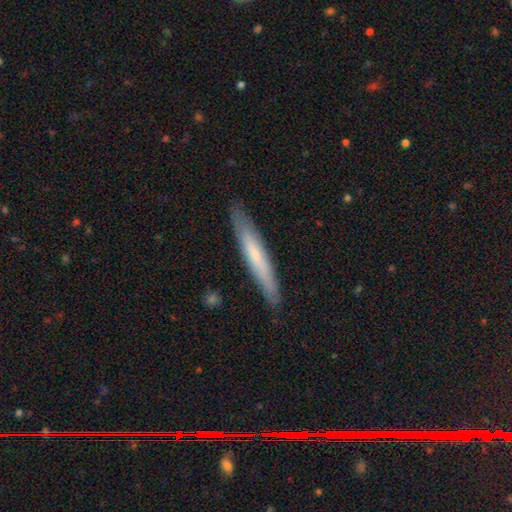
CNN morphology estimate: A smooth galaxy with no disk features (57%) that is cigar-shaped (94%). Merging: none (87%).